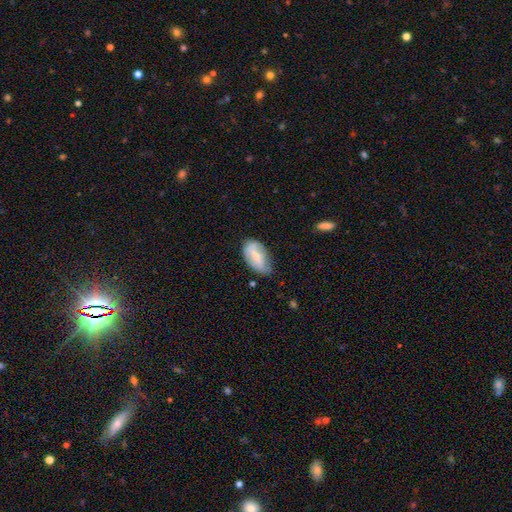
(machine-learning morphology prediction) A smooth galaxy with no disk features (59%) that is in between round and cigar-shaped (92%). Merging: none (54%).